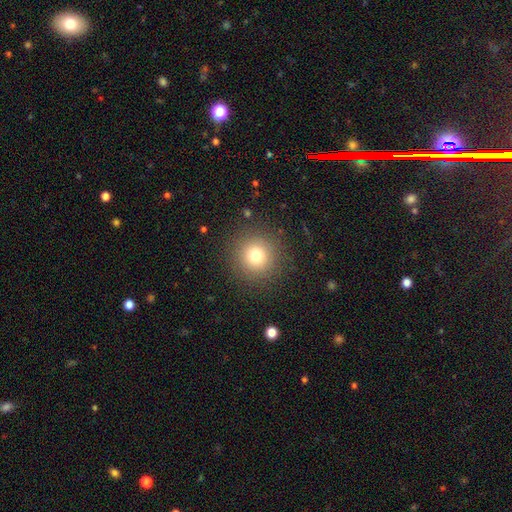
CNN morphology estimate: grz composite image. It shows a smooth galaxy with no disk features (76%) that is round (95%). Merging: none (89%).